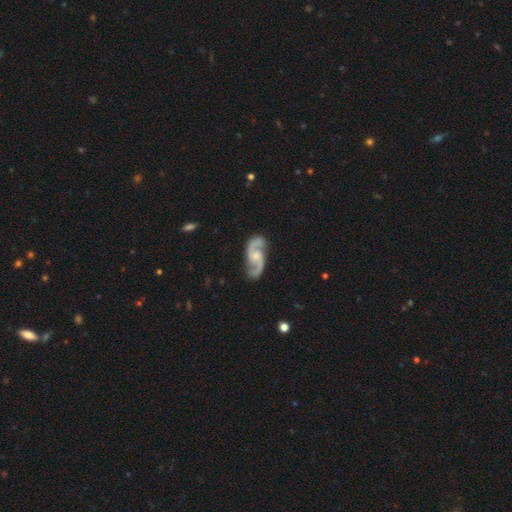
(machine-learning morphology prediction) A featured or disk galaxy (91%) with no bar (52%), 2 (94%) medium (52%) spiral arms (98%) and a small central bulge (49%).

Vote fractions:
- Smooth or featured? featured or disk: 91% / smooth: 5% / star or artifact: 4%
- Edge-on disk? no: 97% / yes: 3%
- Bar? no: 52% / weak: 40% / strong: 8%
- Spiral arms? yes: 98% / no: 2%
- Spiral winding? medium: 52% / loose: 35% / tight: 13%
- Spiral arm count? 2: 94% / can't tell: 2% / 3: 1% / 1: 1% / 4: 1% / more than 4: 1%
- Bulge size? small: 49% / moderate: 38% / none: 10% / large: 2% / dominant: 1%
- Merging? none: 82% / minor disturbance: 13% / major disturbance: 4% / merger: 2%